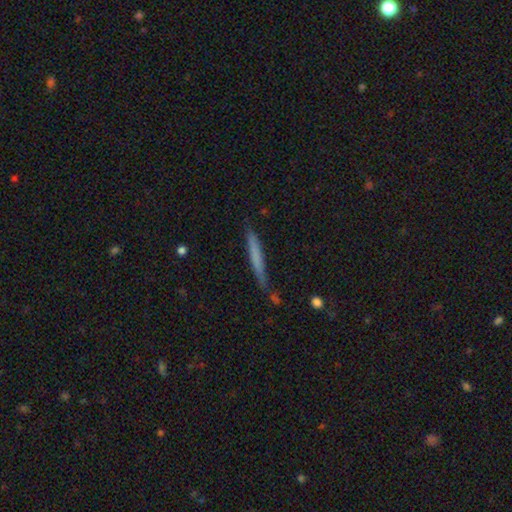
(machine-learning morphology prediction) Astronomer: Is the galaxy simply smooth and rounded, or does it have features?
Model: smooth — 63%.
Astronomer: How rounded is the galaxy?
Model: cigar-shaped — 96%.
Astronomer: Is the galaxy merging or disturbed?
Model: none — 78%.